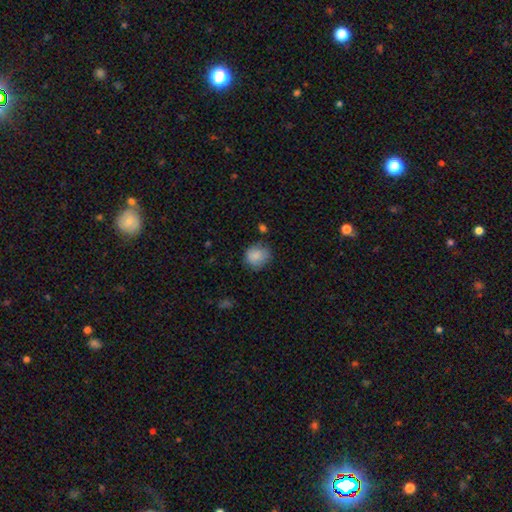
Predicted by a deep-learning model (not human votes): Smooth or featured? Predicted: smooth (p=0.85). How rounded? Predicted: round (p=0.79). Merging? Predicted: none (p=0.73).